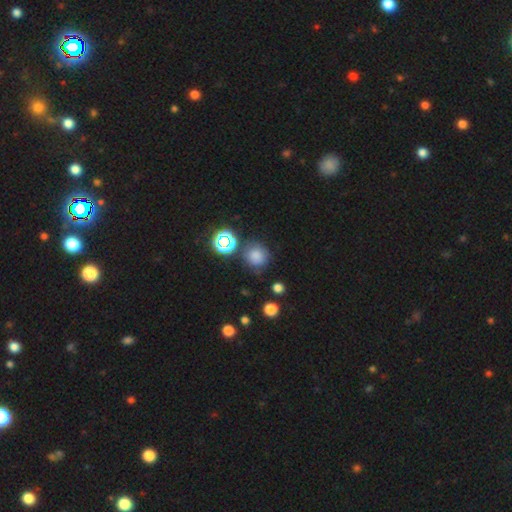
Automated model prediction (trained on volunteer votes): The model was most divided on "smooth or featured": smooth: 72%, star or artifact: 21%, featured or disk: 8%. More confident: how rounded — round (89%); merging — none (74%).